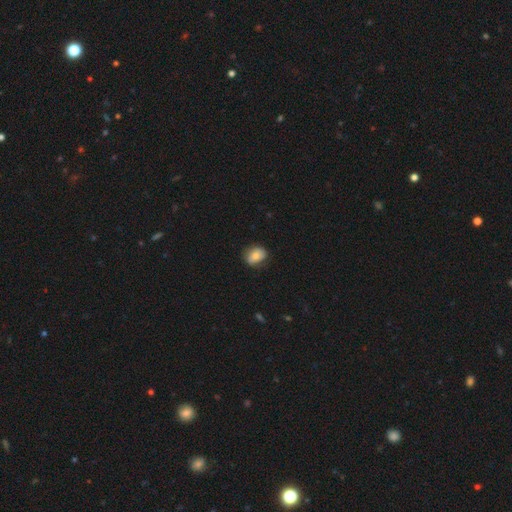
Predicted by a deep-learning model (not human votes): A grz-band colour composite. It shows a smooth galaxy with no disk features (76%) that is in between round and cigar-shaped (62%). Merging: none (76%).